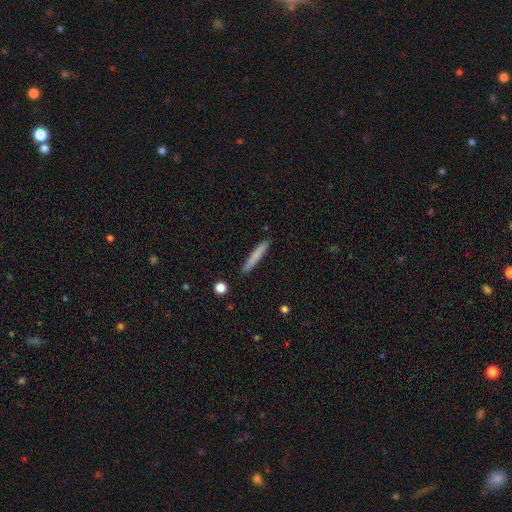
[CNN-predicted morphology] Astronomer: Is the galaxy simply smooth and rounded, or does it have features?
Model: smooth — 74%.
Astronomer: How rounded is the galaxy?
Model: cigar-shaped — 96%.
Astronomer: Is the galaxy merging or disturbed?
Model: none — 89%.